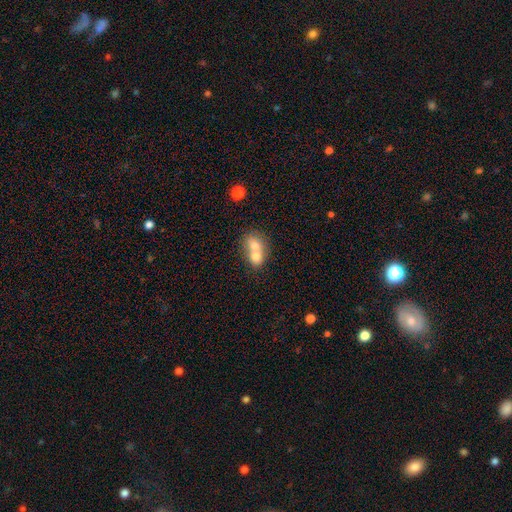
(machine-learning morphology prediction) This is likely a smooth galaxy (69%). How rounded: possibly round (54%). Merging: likely merger (76%).